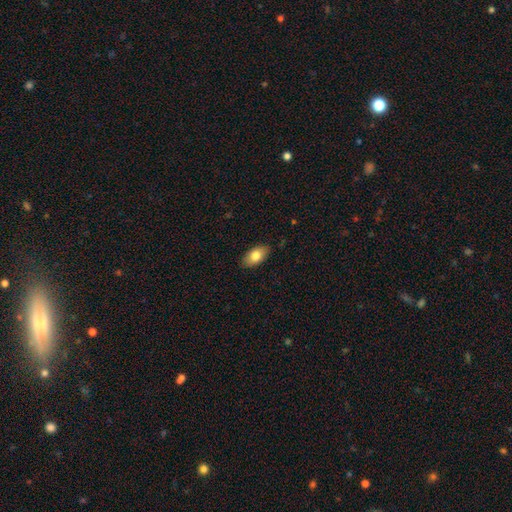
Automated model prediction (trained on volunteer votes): smooth-or-featured: smooth: 79% | featured or disk: 14% | star or artifact: 7%
  how-rounded: in between: 93% | round: 5% | cigar-shaped: 3%
  merging: none: 86% | minor disturbance: 11% | major disturbance: 2% | merger: 1%